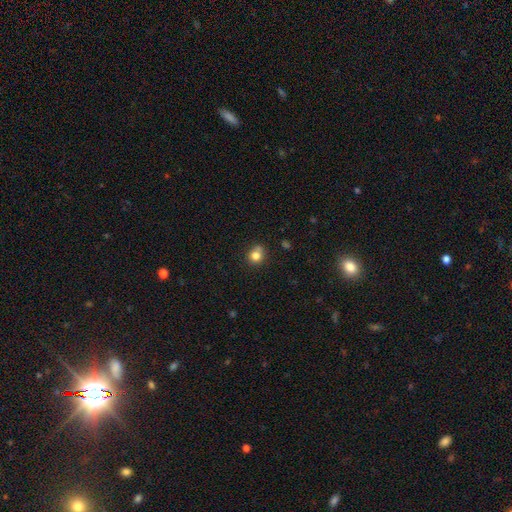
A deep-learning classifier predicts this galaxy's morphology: smooth-or-featured: smooth: 80% | star or artifact: 12% | featured or disk: 8%
  how-rounded: round: 80% | in between: 19% | cigar-shaped: 1%
  merging: none: 66% | minor disturbance: 19% | merger: 10% | major disturbance: 5%